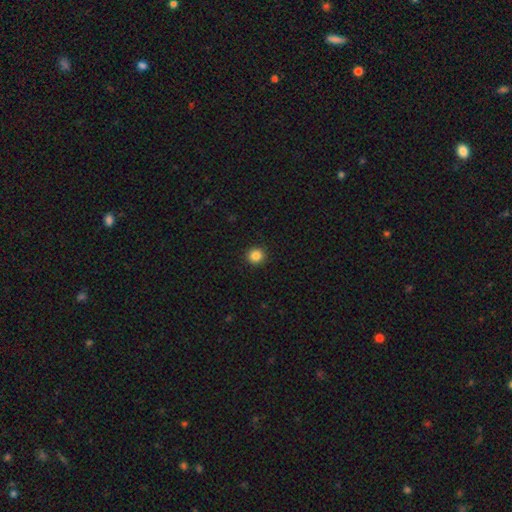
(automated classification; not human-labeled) Smooth or featured?
  - smooth: 86% *
  - star or artifact: 11%
  - featured or disk: 4%
How rounded?
  - round: 94% *
  - in between: 5%
  - cigar-shaped: 1%
Merging?
  - none: 93% *
  - minor disturbance: 4%
  - major disturbance: 2%
  - merger: 1%